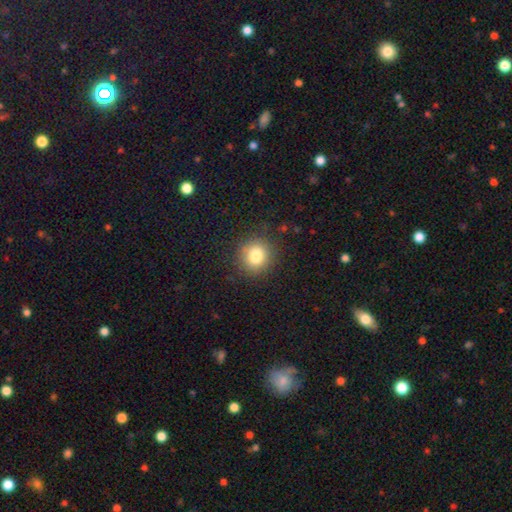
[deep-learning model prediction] Smooth or featured? smooth (81%)
How rounded? round (84%)
Merging? none (86%)